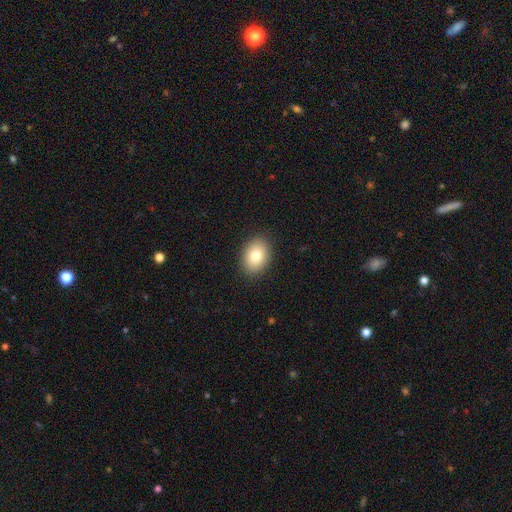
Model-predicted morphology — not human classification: smooth 80%, featured or disk 11%, star or artifact 9%. Down the decision tree: how rounded — in between (73%); merging — none (89%).